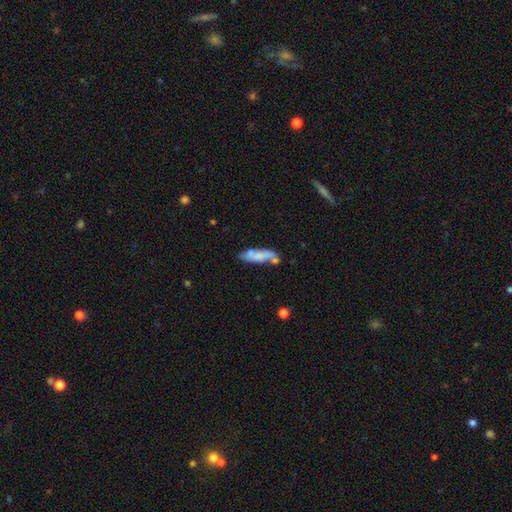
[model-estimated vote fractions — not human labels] A smooth galaxy with no disk features (67%) that is cigar-shaped (62%). Merging: none (55%).